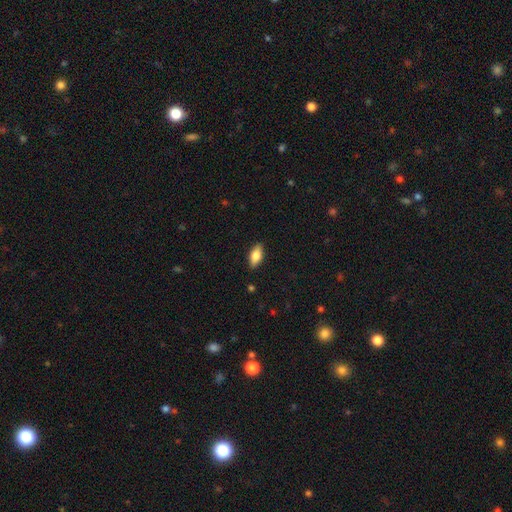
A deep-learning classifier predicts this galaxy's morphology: Smooth or featured? smooth (76%)
How rounded? in between (86%)
Merging? none (88%)